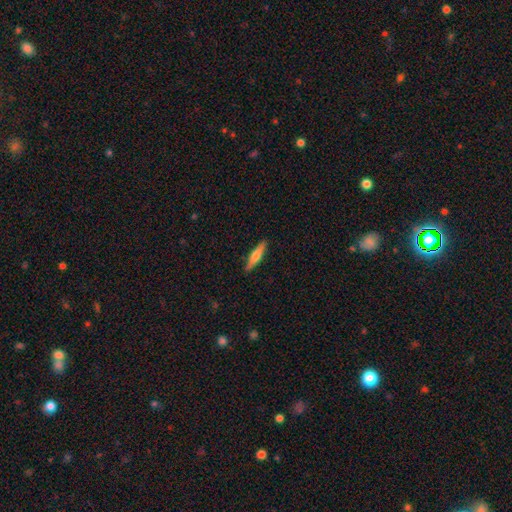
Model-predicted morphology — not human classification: type=smooth (57%); roundness=cigar-shaped (84%); merging=none (90%).